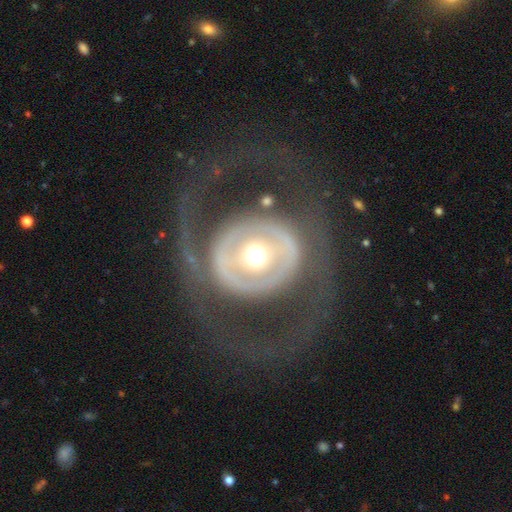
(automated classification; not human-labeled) featured or disk 72%, smooth 22%, star or artifact 6%. Down the decision tree: edge-on disk — no (94%); bar — no (63%); spiral arms — no (63%); bulge size — moderate (67%); merging — none (61%).